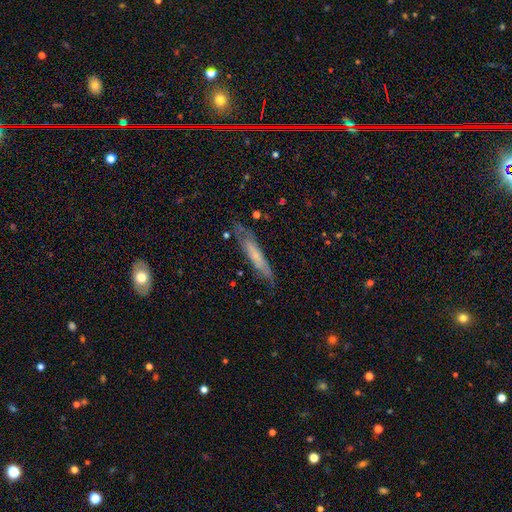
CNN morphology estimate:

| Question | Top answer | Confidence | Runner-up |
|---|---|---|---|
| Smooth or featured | featured or disk | 47% | smooth (46%) |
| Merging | none | 70% | minor disturbance (21%) |